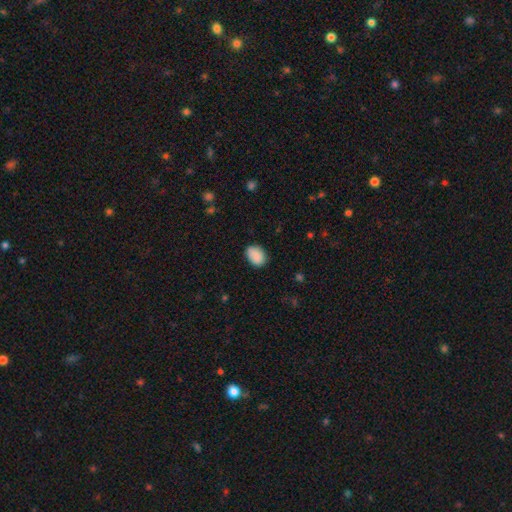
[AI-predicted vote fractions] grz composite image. It shows a smooth galaxy with no disk features (89%) that is in between round and cigar-shaped (77%). Merging: none (81%).